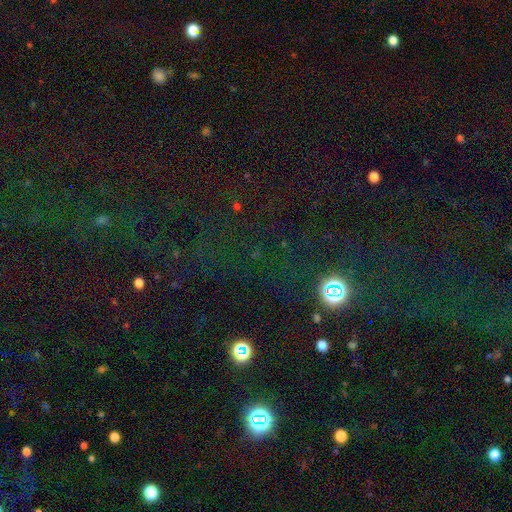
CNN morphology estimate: star or artifact 69%, smooth 23%, featured or disk 9%.